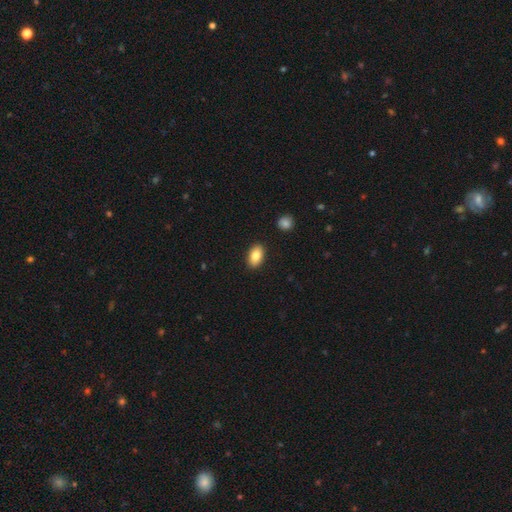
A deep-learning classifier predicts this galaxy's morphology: type=smooth (82%); roundness=in between (92%); merging=none (88%).